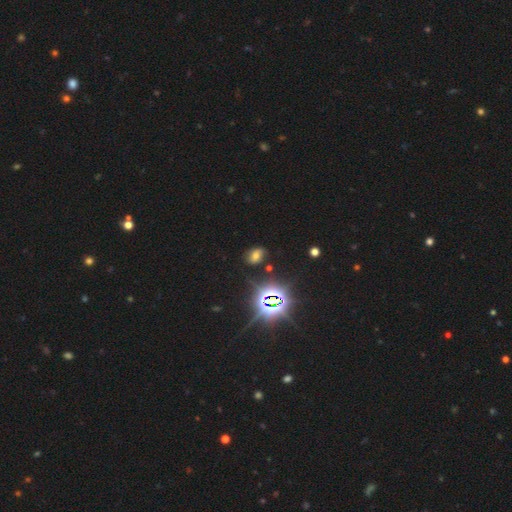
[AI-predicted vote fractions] This appears to be a smooth galaxy with no disk features (49%). Merging: none (78%).